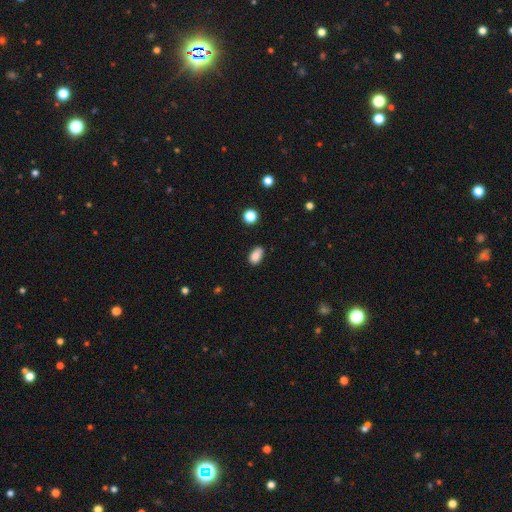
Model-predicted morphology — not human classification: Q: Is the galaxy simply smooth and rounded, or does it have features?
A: smooth — 87%.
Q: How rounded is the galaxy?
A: in between — 90%.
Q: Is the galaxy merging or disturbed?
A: none — 81%.